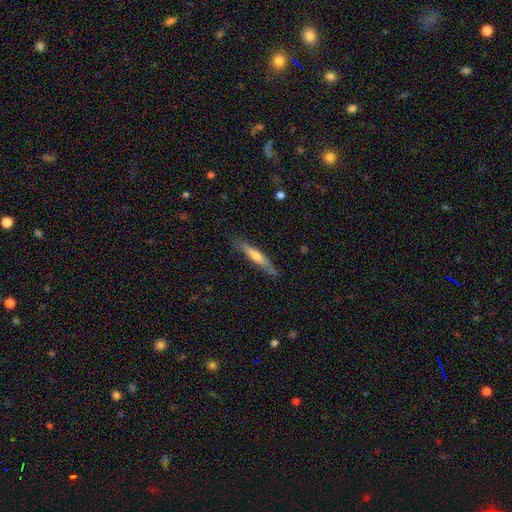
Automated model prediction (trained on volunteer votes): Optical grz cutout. It shows a smooth galaxy with no disk features (49%). Merging: none (86%).